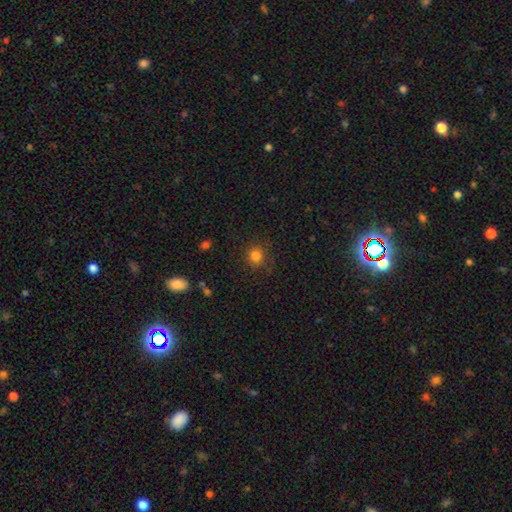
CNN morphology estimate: The model was most divided on "smooth or featured": smooth: 82%, star or artifact: 14%, featured or disk: 5%. More confident: how rounded — round (90%); merging — none (84%).